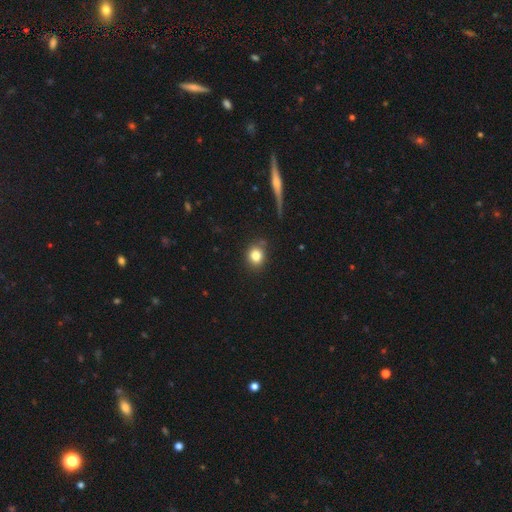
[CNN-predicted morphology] This appears to be a smooth galaxy with no disk features (82%) that is round (77%). Merging: none (80%).